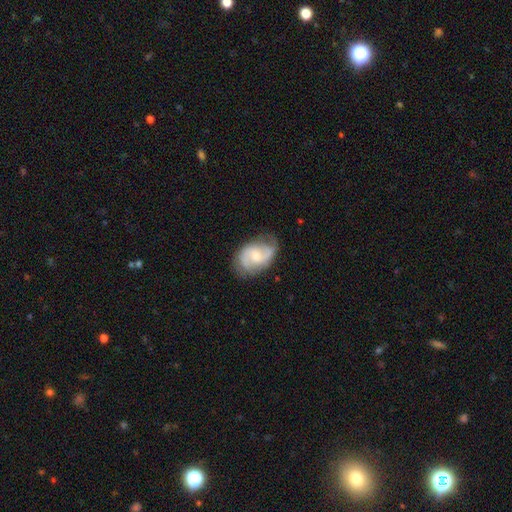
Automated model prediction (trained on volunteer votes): Smooth or featured? Predicted: featured or disk (p=0.75). Edge-on disk? Predicted: no (p=0.97). Bar? Predicted: no (p=0.46, tied with weak). Spiral arms? Predicted: yes (p=0.93). Spiral winding? Predicted: medium (p=0.49). Spiral arm count? Predicted: 2 (p=0.86). Bulge size? Predicted: moderate (p=0.48). Merging? Predicted: none (p=0.73).